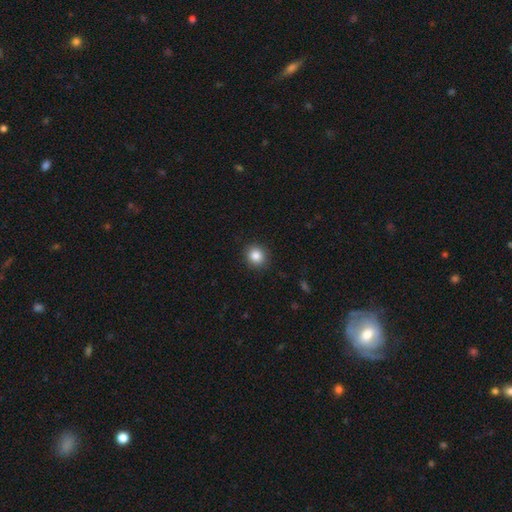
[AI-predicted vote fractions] Overall: smooth (85%). How rounded: round (82%). Merging: none (90%).